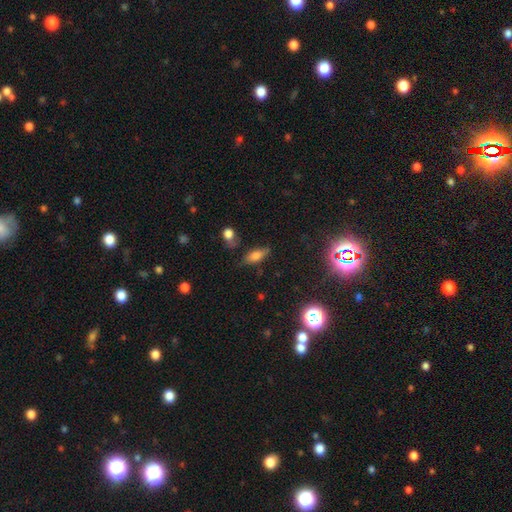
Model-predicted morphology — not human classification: Smooth or featured? Predicted: smooth (p=0.71). How rounded? Predicted: in between (p=0.76). Merging? Predicted: none (p=0.65).